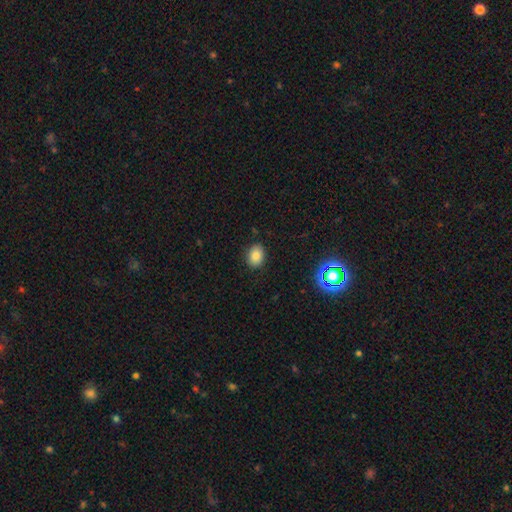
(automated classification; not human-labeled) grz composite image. It shows a smooth galaxy with no disk features (84%) that is in between round and cigar-shaped (65%). Merging: none (87%).